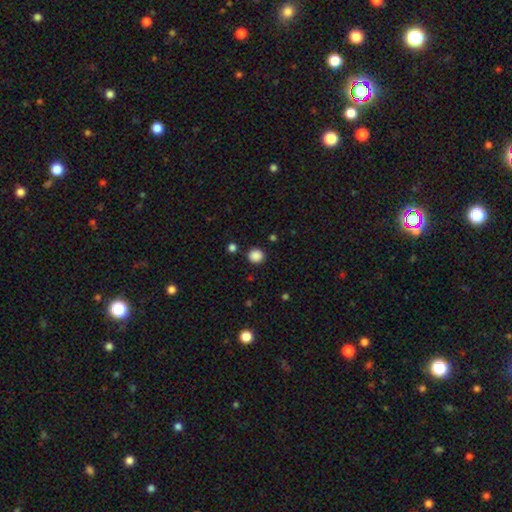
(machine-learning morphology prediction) smooth 87%, star or artifact 11%, featured or disk 3%. Down the decision tree: how rounded — round (88%); merging — none (88%).